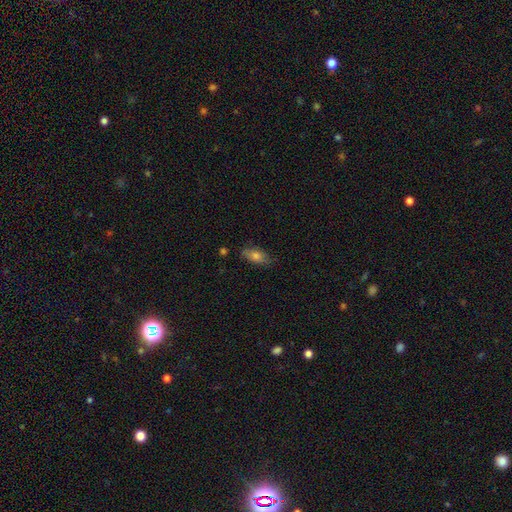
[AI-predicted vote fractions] Smooth or featured?
  - smooth: 70% *
  - featured or disk: 20%
  - star or artifact: 10%
How rounded?
  - in between: 80% *
  - cigar-shaped: 16%
  - round: 4%
Merging?
  - none: 77% *
  - minor disturbance: 18%
  - major disturbance: 3%
  - merger: 2%